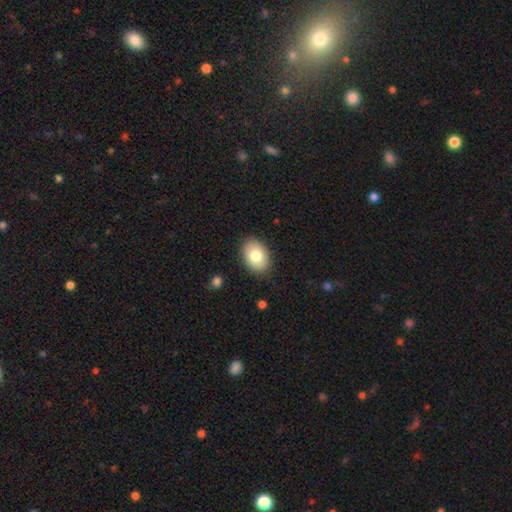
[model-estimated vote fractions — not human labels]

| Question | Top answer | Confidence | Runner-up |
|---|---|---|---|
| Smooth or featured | smooth | 80% | featured or disk (13%) |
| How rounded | in between | 83% | round (16%) |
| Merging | none | 86% | minor disturbance (10%) |